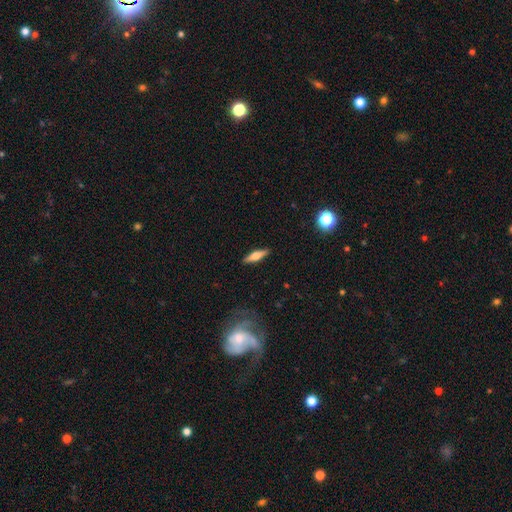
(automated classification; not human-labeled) smooth 47%, featured or disk 46%, star or artifact 7%. Down the decision tree: merging — none (90%).